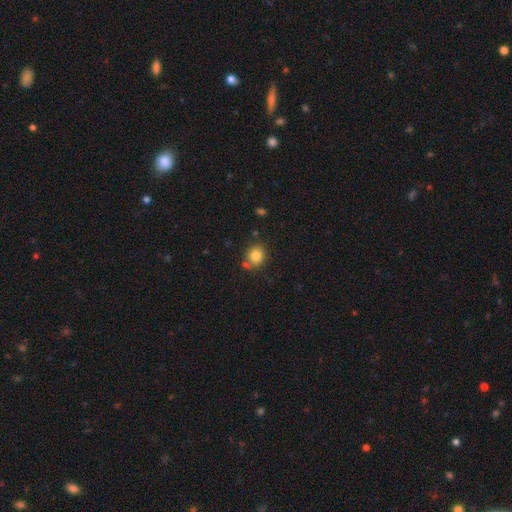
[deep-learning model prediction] The model was most divided on "how rounded": round: 74%, in between: 25%, cigar-shaped: 1%. More confident: smooth or featured — smooth (82%); merging — none (72%).